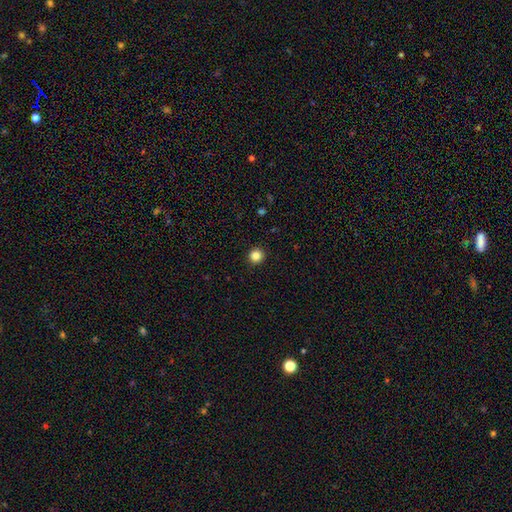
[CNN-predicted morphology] Q: Smooth or featured?
A: smooth (85%); runner-up: star or artifact (12%)
Q: How rounded?
A: round (94%); runner-up: in between (5%)
Q: Merging?
A: none (93%); runner-up: minor disturbance (4%)